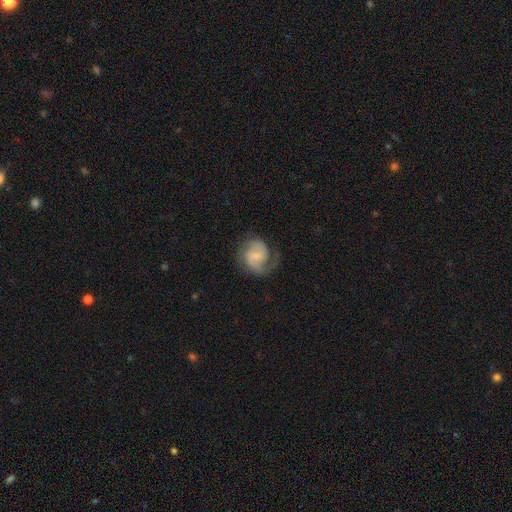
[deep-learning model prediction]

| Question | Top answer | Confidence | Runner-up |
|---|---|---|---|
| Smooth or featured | featured or disk | 75% | smooth (19%) |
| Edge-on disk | no | 98% | yes (2%) |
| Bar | no | 46% | tied: weak (46%) |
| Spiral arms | yes | 95% | no (5%) |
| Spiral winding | medium | 47% | tight (31%) |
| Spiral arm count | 2 | 60% | 1 (25%) |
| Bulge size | small | 55% | moderate (27%) |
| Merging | none | 62% | minor disturbance (20%) |